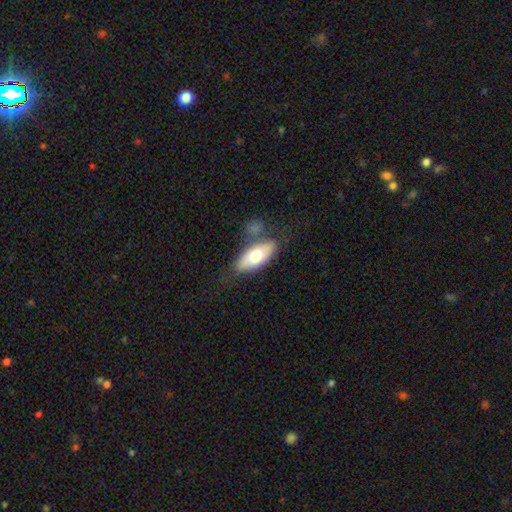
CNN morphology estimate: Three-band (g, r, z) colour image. It shows a smooth galaxy with no disk features (69%) that is in between round and cigar-shaped (83%). Merging: none (65%).